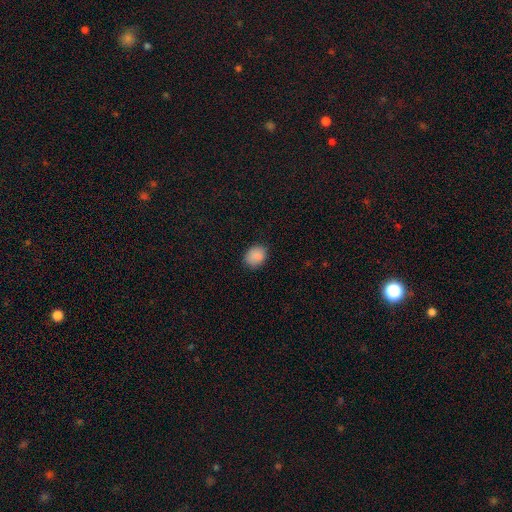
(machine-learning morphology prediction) Overall: smooth (88%). How rounded: round (50%; in between 49%). Merging: none (83%).